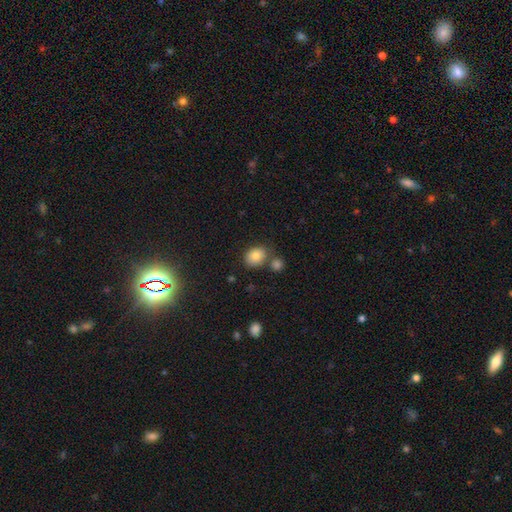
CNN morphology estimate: A smooth galaxy with no disk features (82%) that is in between round and cigar-shaped (53%). Merging: none (61%).